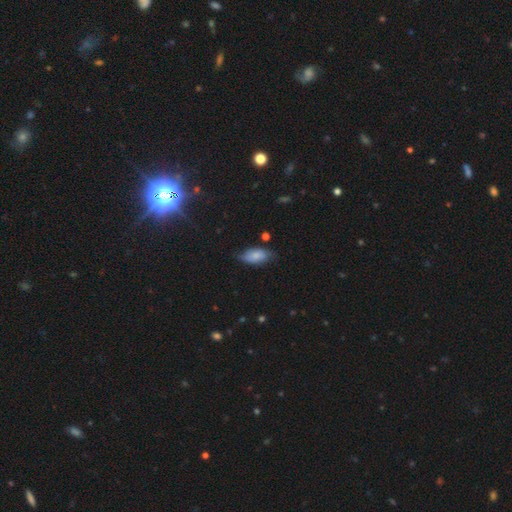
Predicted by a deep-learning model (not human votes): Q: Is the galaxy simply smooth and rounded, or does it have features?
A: smooth — 77%.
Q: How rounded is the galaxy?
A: in between — 90%.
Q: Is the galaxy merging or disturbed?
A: none — 63%.